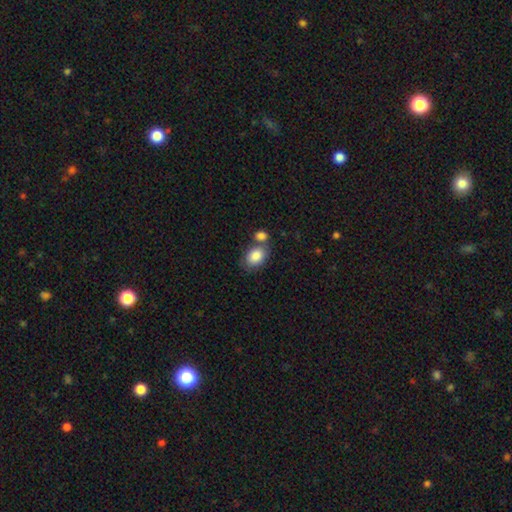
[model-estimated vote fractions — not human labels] Overall: smooth (86%). How rounded: in between (79%). Merging: none (50%; merger 32%).